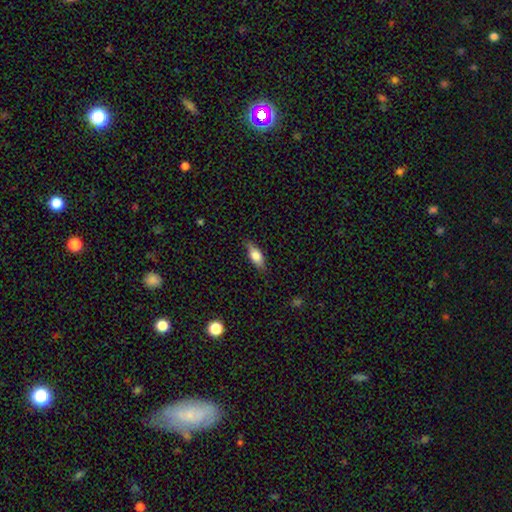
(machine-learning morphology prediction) A smooth galaxy with no disk features (68%) that is in between round and cigar-shaped (73%).

Vote fractions:
- Smooth or featured? smooth: 68% / featured or disk: 25% / star or artifact: 7%
- How rounded? in between: 73% / cigar-shaped: 23% / round: 4%
- Merging? none: 80% / minor disturbance: 16% / major disturbance: 3% / merger: 1%